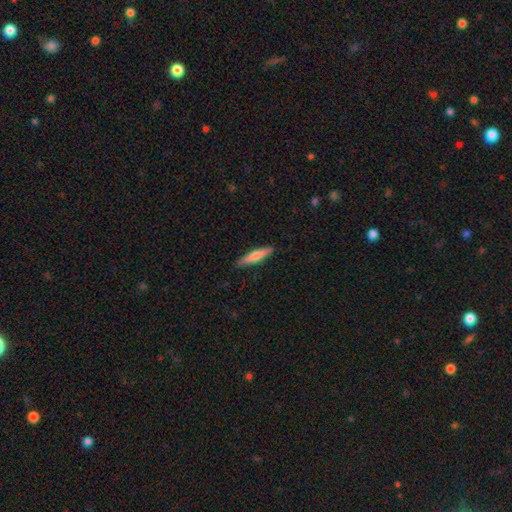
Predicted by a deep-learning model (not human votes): Smooth or featured? Predicted: smooth (p=0.62). How rounded? Predicted: cigar-shaped (p=0.84). Merging? Predicted: none (p=0.88).